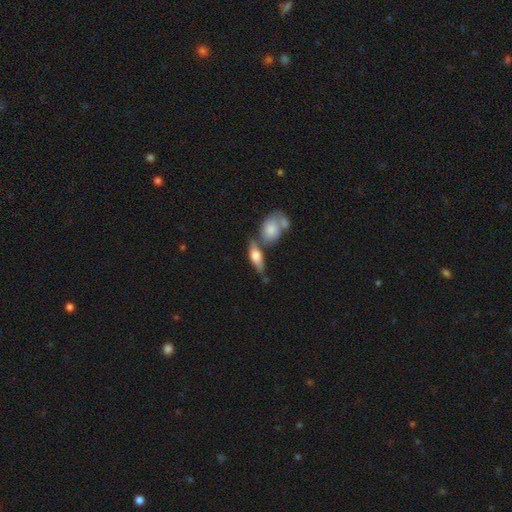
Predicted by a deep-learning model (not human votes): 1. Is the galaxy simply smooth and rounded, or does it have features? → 54% smooth, 39% featured or disk, 7% star or artifact.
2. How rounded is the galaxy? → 62% in between, 32% cigar-shaped, 6% round.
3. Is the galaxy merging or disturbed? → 53% none, 26% merger, 15% minor disturbance, 6% major disturbance.